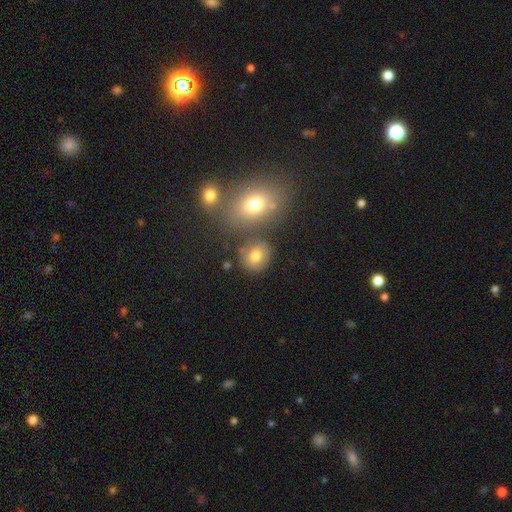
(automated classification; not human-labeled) Smooth or featured? Predicted: smooth (p=0.73). How rounded? Predicted: round (p=0.70). Merging? Predicted: none (p=0.71).